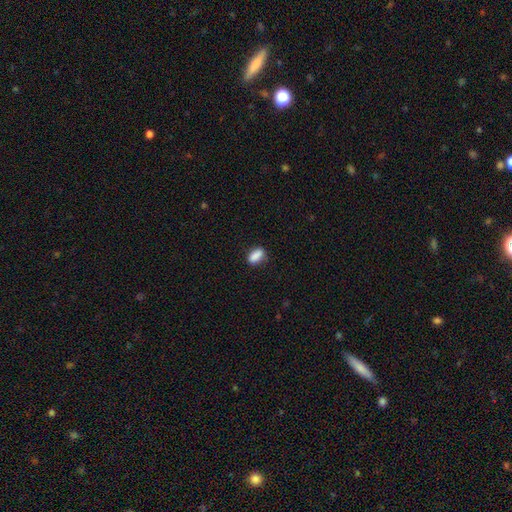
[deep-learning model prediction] This is clearly a smooth galaxy (87%). How rounded: clearly in between (81%). Merging: clearly none (82%).